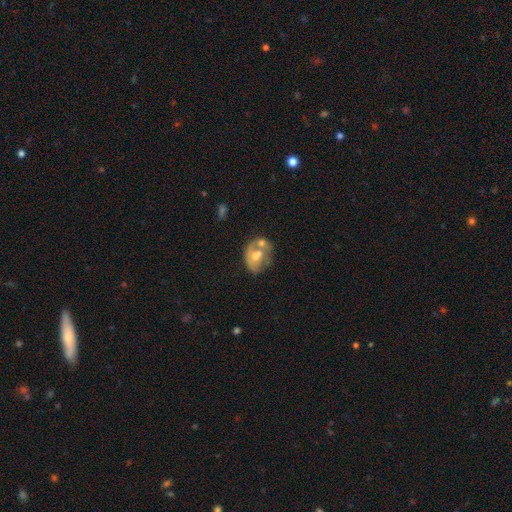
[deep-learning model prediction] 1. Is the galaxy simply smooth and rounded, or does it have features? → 50% featured or disk, 42% smooth, 8% star or artifact.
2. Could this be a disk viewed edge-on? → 97% no, 3% yes.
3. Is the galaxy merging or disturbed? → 38% merger, 31% none, 19% minor disturbance, 13% major disturbance.